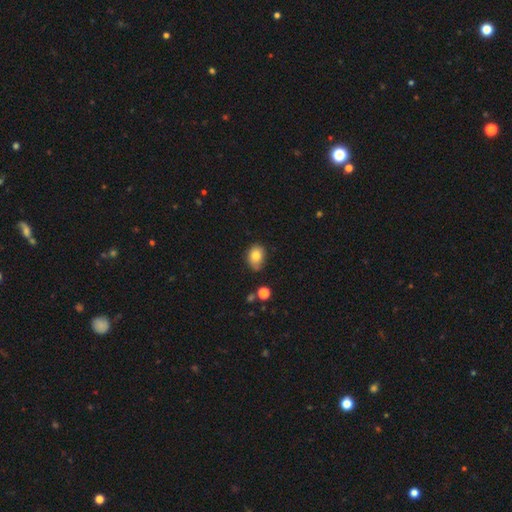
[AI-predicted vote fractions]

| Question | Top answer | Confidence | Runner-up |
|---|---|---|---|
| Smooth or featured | smooth | 81% | featured or disk (10%) |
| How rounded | in between | 68% | round (31%) |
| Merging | none | 64% | minor disturbance (28%) |